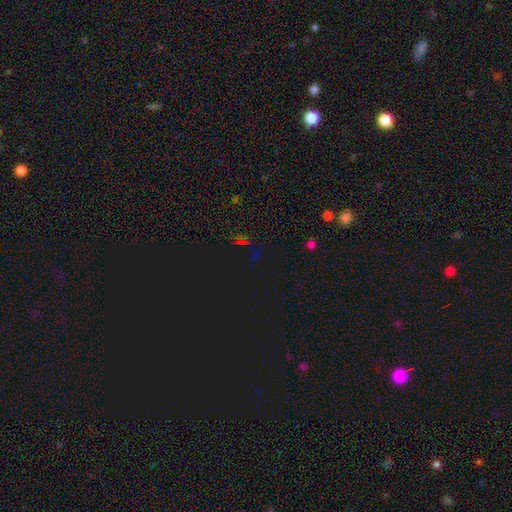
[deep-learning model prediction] Smooth or featured?
  - star or artifact: 77% *
  - smooth: 16%
  - featured or disk: 7%